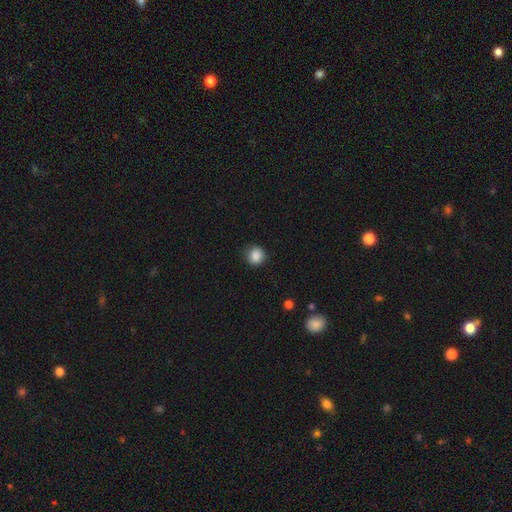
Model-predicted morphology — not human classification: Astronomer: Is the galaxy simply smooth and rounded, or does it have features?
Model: smooth — 87%.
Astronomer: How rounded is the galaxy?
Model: round — 88%.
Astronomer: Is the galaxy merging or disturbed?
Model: none — 85%.